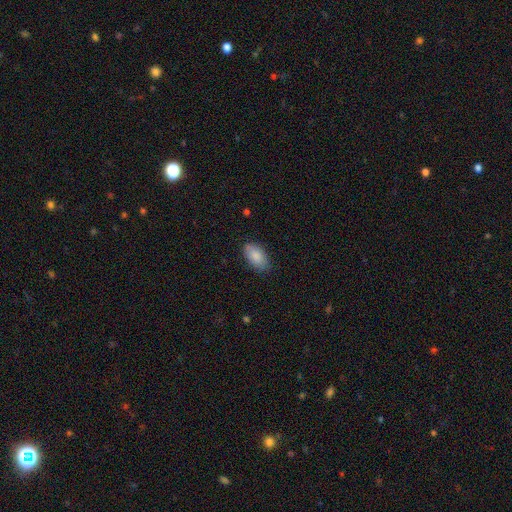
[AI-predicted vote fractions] smooth-or-featured: smooth: 86% | featured or disk: 8% | star or artifact: 6%
  how-rounded: in between: 94% | round: 4% | cigar-shaped: 2%
  merging: none: 81% | minor disturbance: 15% | major disturbance: 3% | merger: 1%